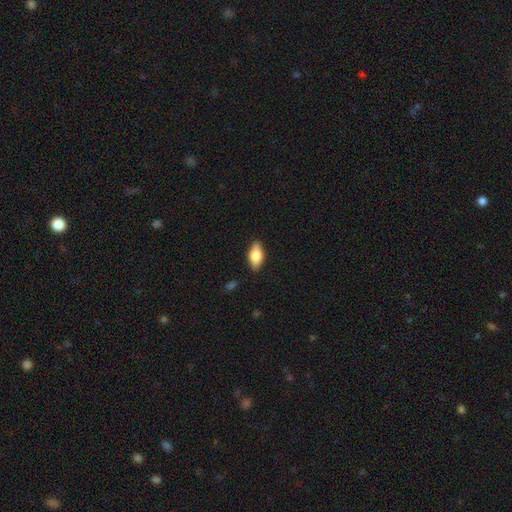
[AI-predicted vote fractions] Smooth or featured: smooth — 75% (featured or disk — 19%)
How rounded: in between — 87% (cigar-shaped — 10%)
Merging: none — 86% (minor disturbance — 10%)